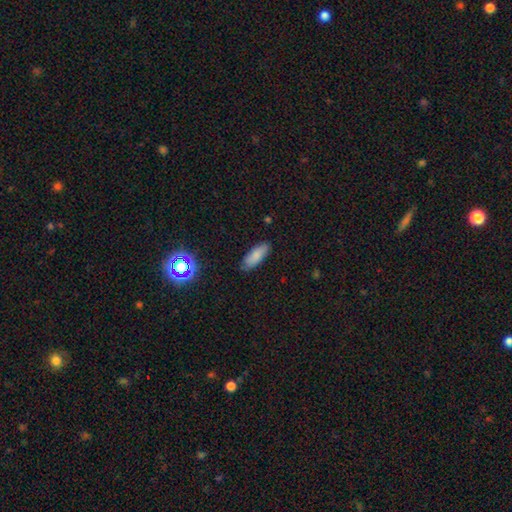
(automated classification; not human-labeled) Smooth or featured? smooth (83%)
How rounded? in between (66%)
Merging? none (84%)